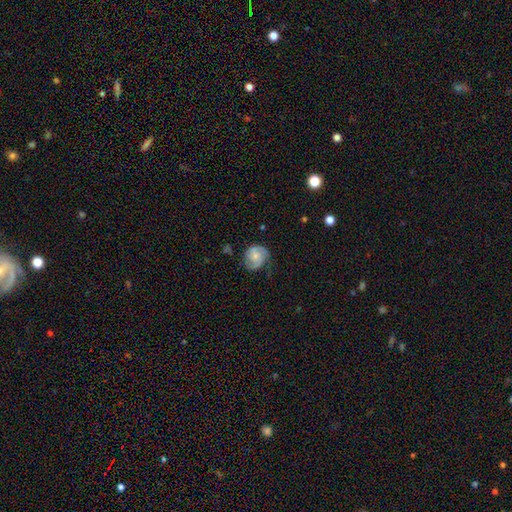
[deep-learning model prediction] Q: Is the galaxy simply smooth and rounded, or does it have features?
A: featured or disk — 63%.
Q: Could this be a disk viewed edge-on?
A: no — 98%.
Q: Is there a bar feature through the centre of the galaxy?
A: no — 73%.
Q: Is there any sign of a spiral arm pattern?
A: yes — 91%.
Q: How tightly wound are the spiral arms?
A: tight — 48%.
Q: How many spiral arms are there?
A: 2 — 70%.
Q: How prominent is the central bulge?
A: small — 51%.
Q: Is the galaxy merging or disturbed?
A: none — 66%.